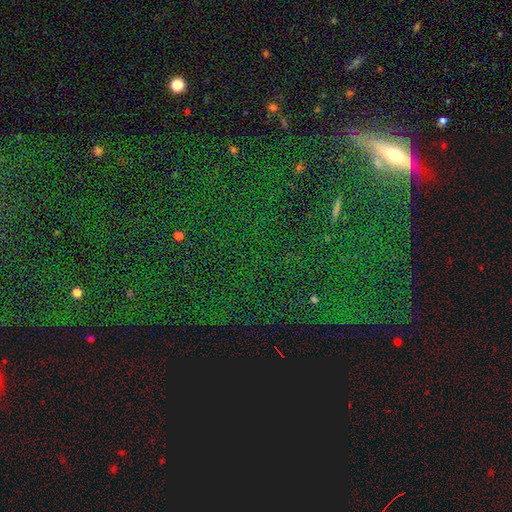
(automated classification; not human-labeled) Smooth or featured? star or artifact (72%)